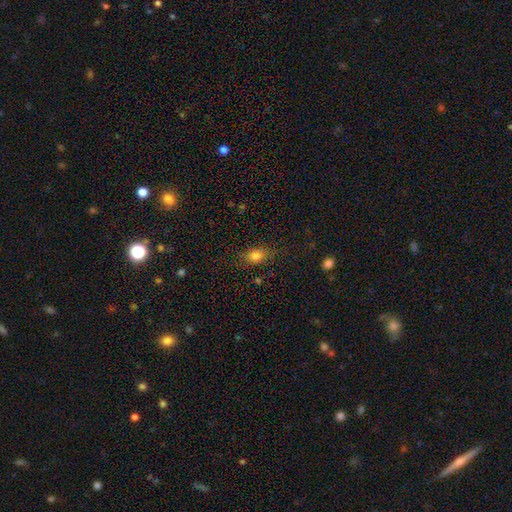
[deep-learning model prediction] Smooth or featured? smooth (81%)
How rounded? in between (75%)
Merging? none (80%)